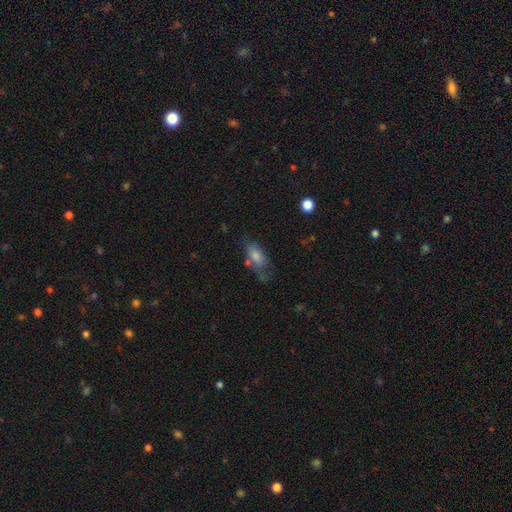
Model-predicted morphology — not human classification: Smooth or featured?
  - smooth: 63% *
  - featured or disk: 24%
  - star or artifact: 12%
How rounded?
  - in between: 82% *
  - cigar-shaped: 13%
  - round: 5%
Merging?
  - none: 52% *
  - minor disturbance: 26%
  - major disturbance: 14%
  - merger: 8%